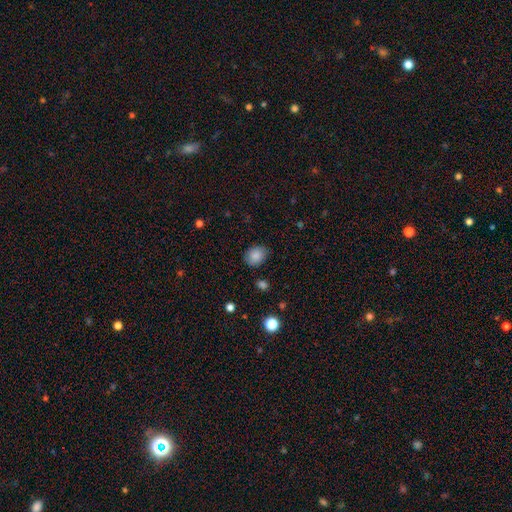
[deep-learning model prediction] Smooth or featured?
  - smooth: 86% *
  - star or artifact: 9%
  - featured or disk: 5%
How rounded?
  - in between: 50% * (tied)
  - round: 50% * (tied)
  - cigar-shaped: 1%
Merging?
  - none: 79% *
  - minor disturbance: 16%
  - major disturbance: 3%
  - merger: 1%